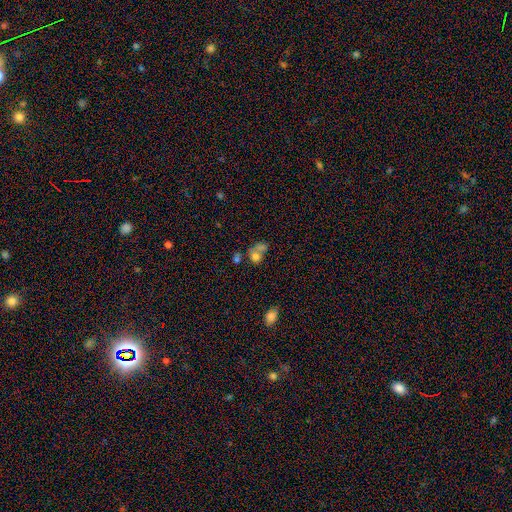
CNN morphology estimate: Smooth or featured: smooth — 70% (featured or disk — 17%)
How rounded: round — 52% (in between — 46%)
Merging: merger — 57% (none — 25%)